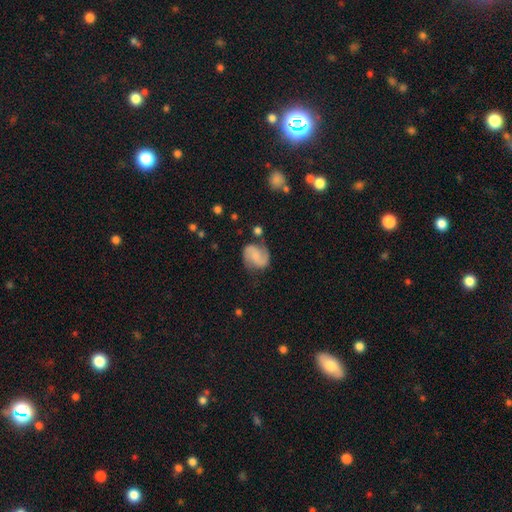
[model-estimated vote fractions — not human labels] Smooth or featured?
  - featured or disk: 70% *
  - smooth: 23%
  - star or artifact: 7%
Edge-on disk?
  - no: 98% *
  - yes: 2%
Bar?
  - no: 47% *
  - weak: 38%
  - strong: 15%
Spiral arms?
  - yes: 95% *
  - no: 5%
Spiral winding?
  - medium: 46% *
  - loose: 33%
  - tight: 21%
Spiral arm count?
  - 2: 90% *
  - can't tell: 4%
  - 1: 3%
  - 3: 1%
  - 4: 1%
  - more than 4: 1%
Bulge size?
  - none: 57% *
  - small: 22%
  - moderate: 14%
  - large: 6%
  - dominant: 2%
Merging?
  - none: 69% *
  - minor disturbance: 19%
  - major disturbance: 8%
  - merger: 4%